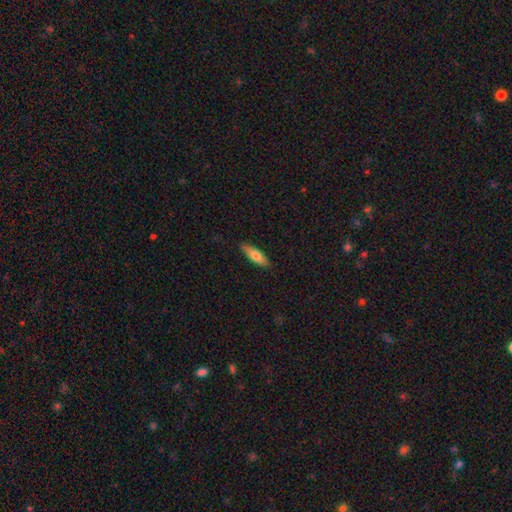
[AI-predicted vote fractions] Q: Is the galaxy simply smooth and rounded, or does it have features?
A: smooth — 70%.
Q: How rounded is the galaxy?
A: cigar-shaped — 49%.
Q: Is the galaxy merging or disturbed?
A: none — 87%.